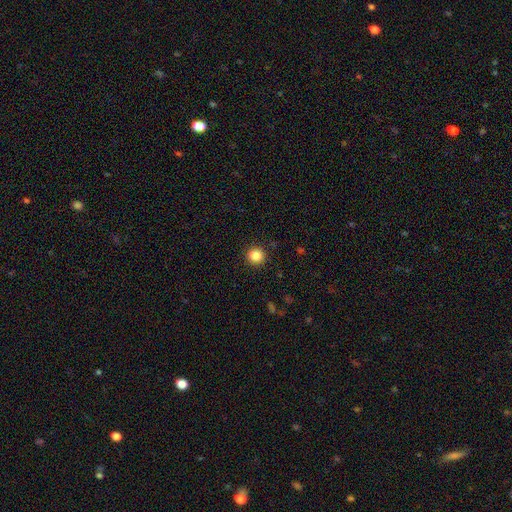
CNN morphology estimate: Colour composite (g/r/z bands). It shows a smooth galaxy with no disk features (85%) that is round (92%). Merging: none (92%).